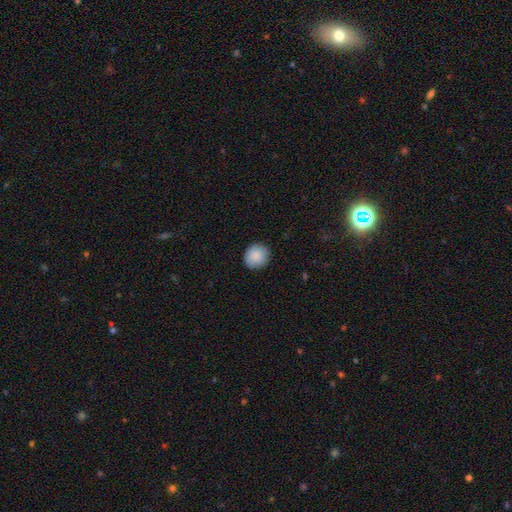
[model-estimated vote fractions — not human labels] The model was most divided on "how rounded": round: 84%, in between: 15%, cigar-shaped: 1%. More confident: smooth or featured — smooth (89%); merging — none (88%).